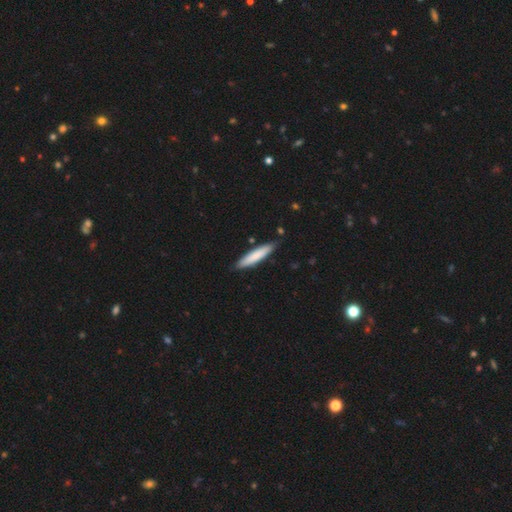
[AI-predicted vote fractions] Morphology: type=smooth (79%); roundness=cigar-shaped (85%); merging=none (84%).